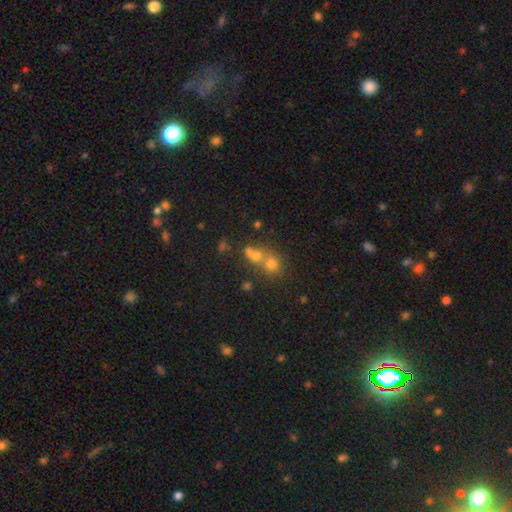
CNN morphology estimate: Smooth or featured?
  - smooth: 57% *
  - star or artifact: 27%
  - featured or disk: 17%
How rounded?
  - round: 79% *
  - in between: 19%
  - cigar-shaped: 2%
Merging?
  - merger: 52% *
  - none: 38%
  - minor disturbance: 6%
  - major disturbance: 4%